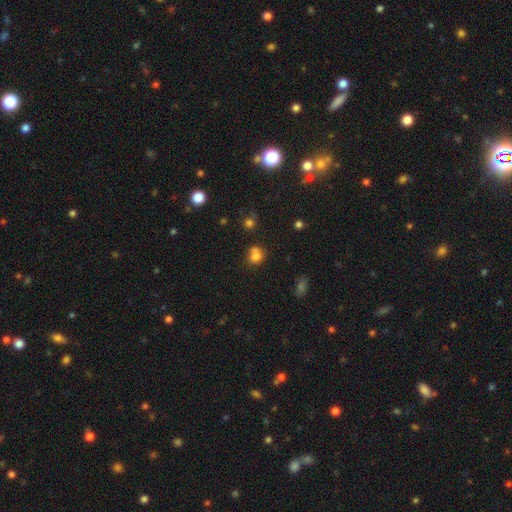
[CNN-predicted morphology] The model was most divided on "merging": none: 48%, merger: 34%, minor disturbance: 13%, major disturbance: 5%. More confident: smooth or featured — smooth (77%); how rounded — round (76%).